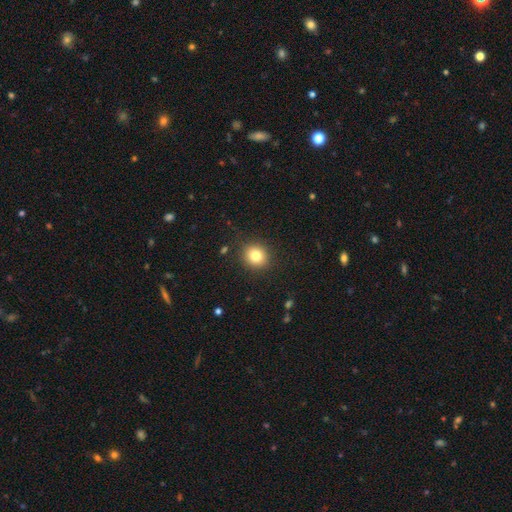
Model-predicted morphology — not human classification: Smooth or featured? Predicted: smooth (p=0.81). How rounded? Predicted: round (p=0.82). Merging? Predicted: none (p=0.89).